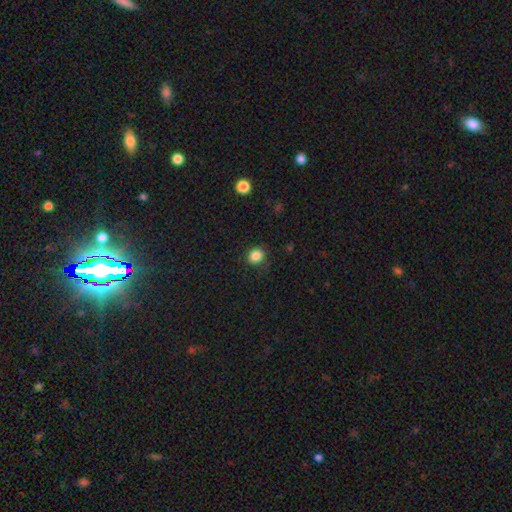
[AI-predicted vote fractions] A smooth galaxy with no disk features (85%) that is round (80%). Merging: none (82%).